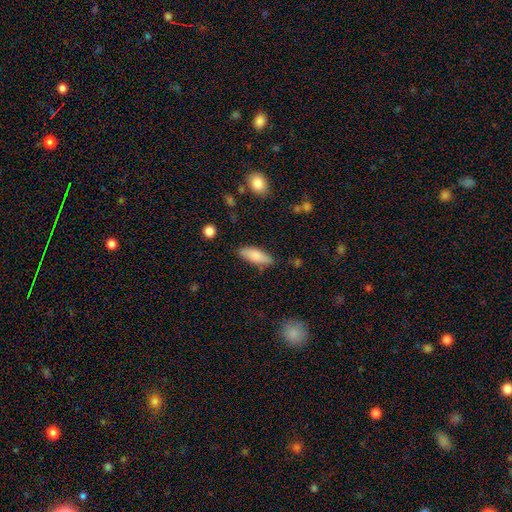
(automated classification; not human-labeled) smooth-or-featured: smooth: 81% | featured or disk: 13% | star or artifact: 6%
  how-rounded: in between: 65% | cigar-shaped: 33% | round: 2%
  merging: none: 80% | minor disturbance: 14% | major disturbance: 3% | merger: 2%